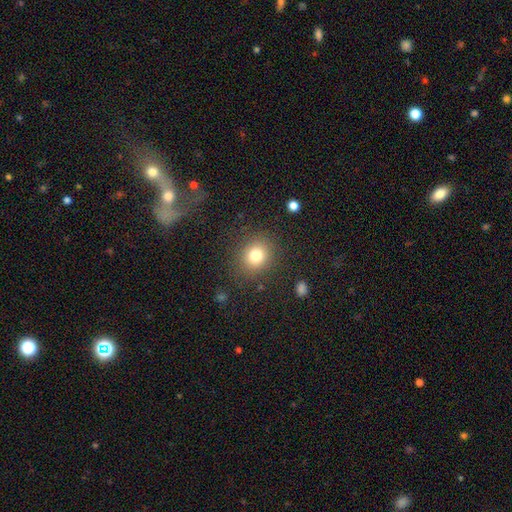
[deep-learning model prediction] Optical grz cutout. It shows a smooth galaxy with no disk features (79%) that is round (76%). Merging: none (86%).